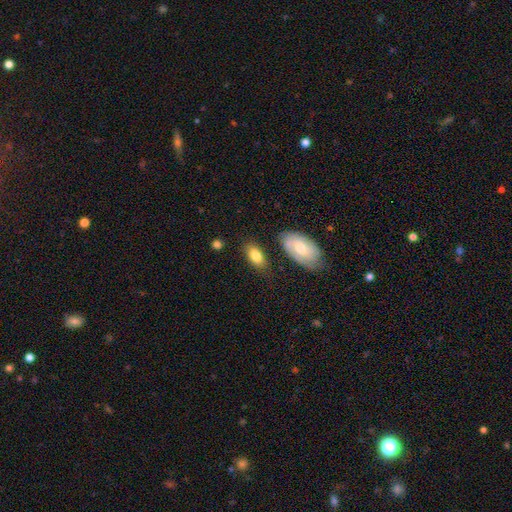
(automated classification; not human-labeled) The model was most divided on "merging": none: 75%, minor disturbance: 15%, merger: 6%, major disturbance: 4%. More confident: how rounded — in between (90%); smooth or featured — smooth (80%).